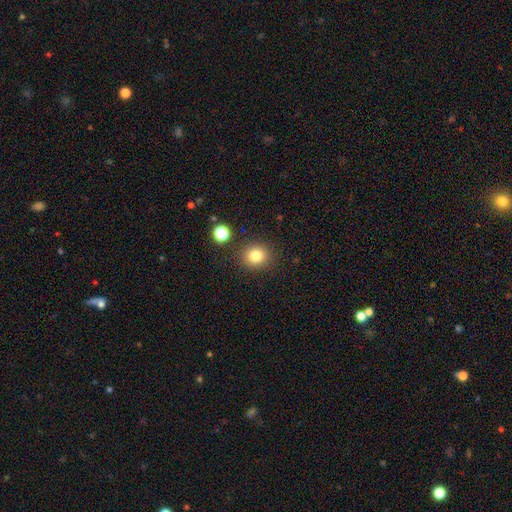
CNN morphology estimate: A smooth galaxy with no disk features (80%) that is round (85%).

Vote fractions:
- Smooth or featured? smooth: 80% / star or artifact: 13% / featured or disk: 7%
- How rounded? round: 85% / in between: 14% / cigar-shaped: 1%
- Merging? none: 88% / minor disturbance: 7% / merger: 3% / major disturbance: 3%